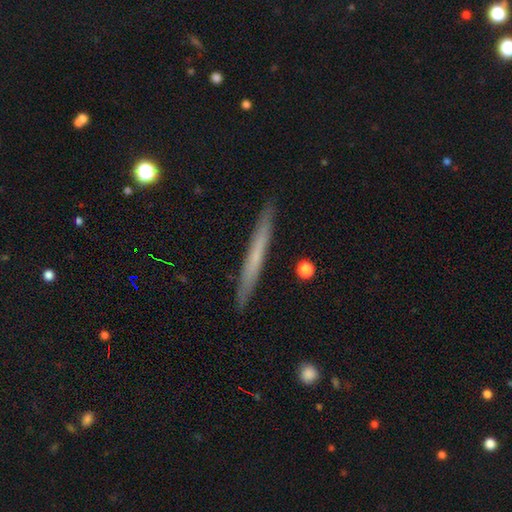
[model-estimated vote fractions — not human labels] Smooth or featured? smooth (48%)
Merging? none (91%)